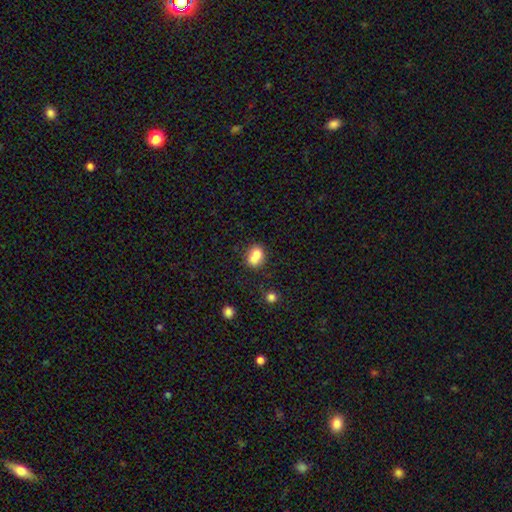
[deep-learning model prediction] Morphology: type=smooth (74%); roundness=in between (51%); merging=merger (49%).